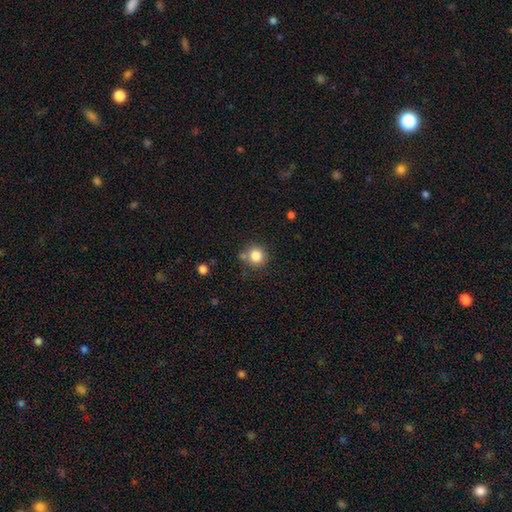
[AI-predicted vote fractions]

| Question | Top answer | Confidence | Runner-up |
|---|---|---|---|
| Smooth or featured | smooth | 83% | star or artifact (11%) |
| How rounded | round | 90% | in between (9%) |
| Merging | none | 74% | minor disturbance (12%) |